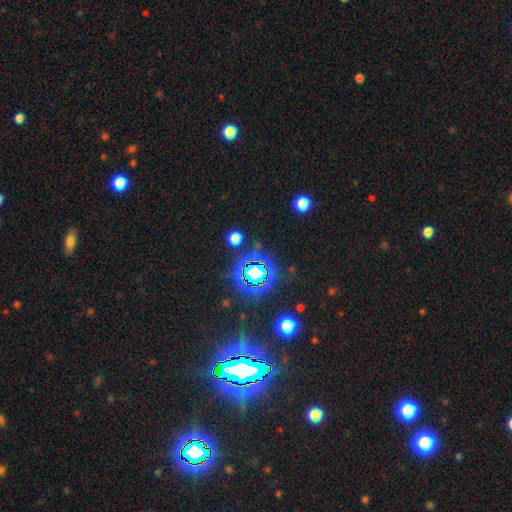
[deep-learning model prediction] Q: Smooth or featured?
A: star or artifact (82%); runner-up: smooth (12%)